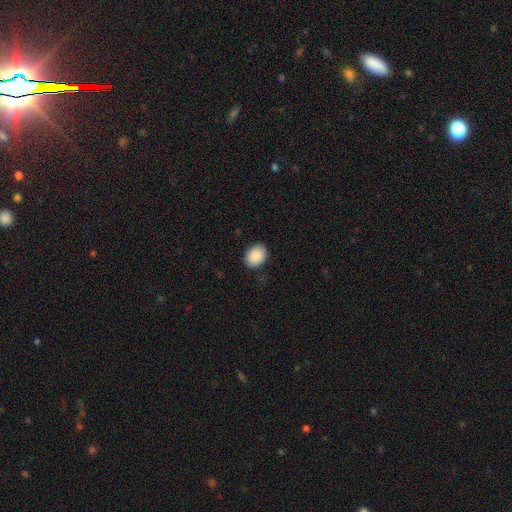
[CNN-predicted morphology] The model was most divided on "how rounded": in between: 62%, round: 37%, cigar-shaped: 1%. More confident: smooth or featured — smooth (90%); merging — none (86%).